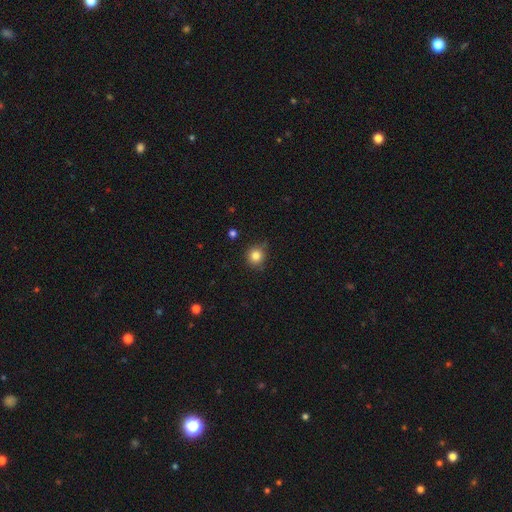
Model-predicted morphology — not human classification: A smooth galaxy with no disk features (83%) that is round (91%). Merging: none (78%).